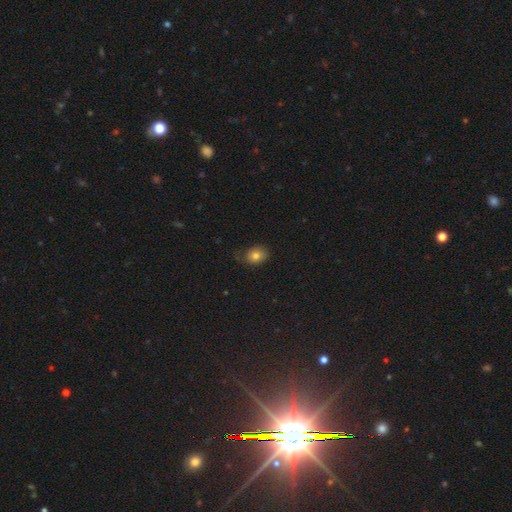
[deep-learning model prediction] smooth 80%, star or artifact 10%, featured or disk 10%. Down the decision tree: how rounded — in between (56%); merging — none (63%).